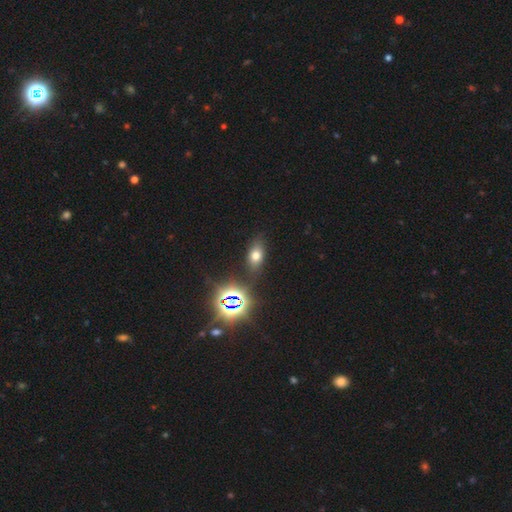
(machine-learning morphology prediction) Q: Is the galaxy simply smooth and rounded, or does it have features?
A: smooth — 62%.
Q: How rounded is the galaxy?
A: in between — 80%.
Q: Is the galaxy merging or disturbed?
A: none — 81%.